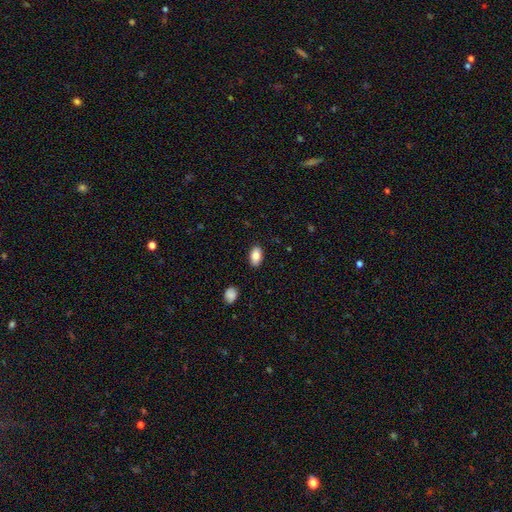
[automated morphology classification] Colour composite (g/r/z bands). It shows a smooth galaxy with no disk features (86%) that is in between round and cigar-shaped (93%). Merging: none (88%).